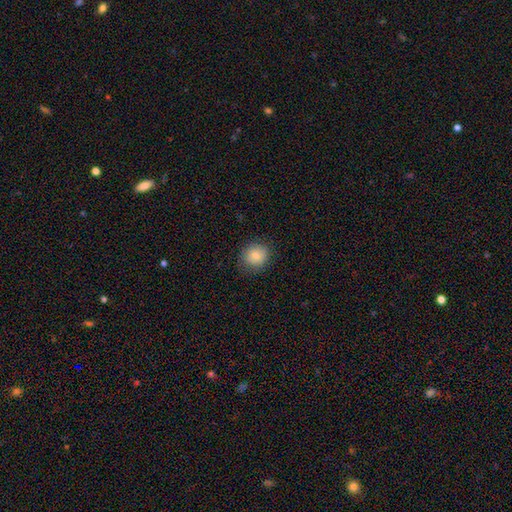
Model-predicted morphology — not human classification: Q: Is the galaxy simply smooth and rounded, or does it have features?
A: smooth — 80%.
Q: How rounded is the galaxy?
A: round — 84%.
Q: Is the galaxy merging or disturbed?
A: none — 85%.